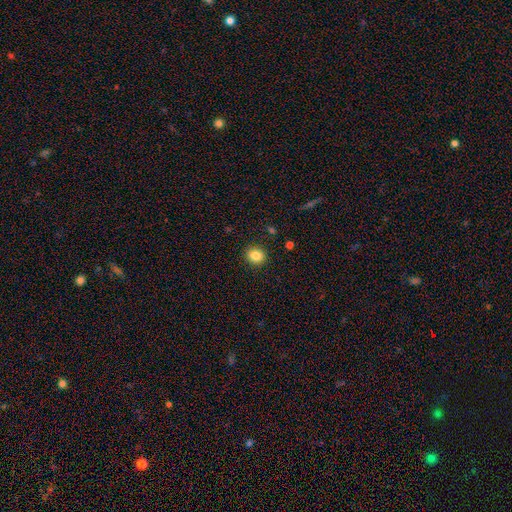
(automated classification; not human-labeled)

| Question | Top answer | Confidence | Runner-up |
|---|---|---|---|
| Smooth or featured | smooth | 84% | star or artifact (10%) |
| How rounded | round | 72% | in between (27%) |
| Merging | none | 90% | minor disturbance (7%) |